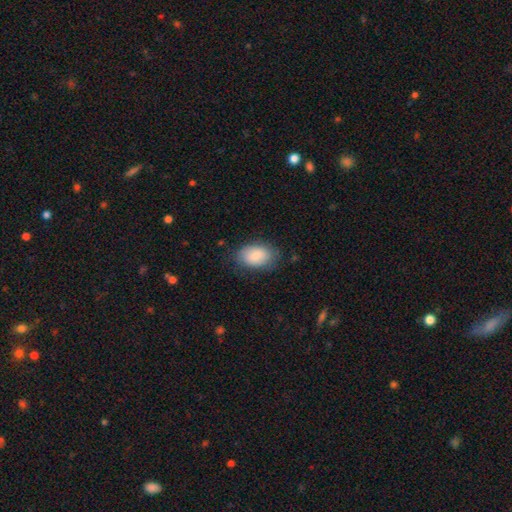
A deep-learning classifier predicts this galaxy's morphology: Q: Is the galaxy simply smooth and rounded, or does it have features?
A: smooth — 84%.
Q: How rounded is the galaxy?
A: in between — 88%.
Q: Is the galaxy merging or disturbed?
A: none — 76%.